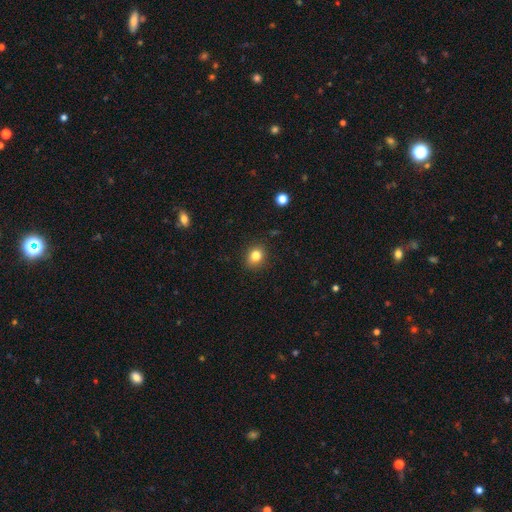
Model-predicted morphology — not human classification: This appears to be a smooth galaxy with no disk features (83%) that is round (57%). Merging: none (86%).